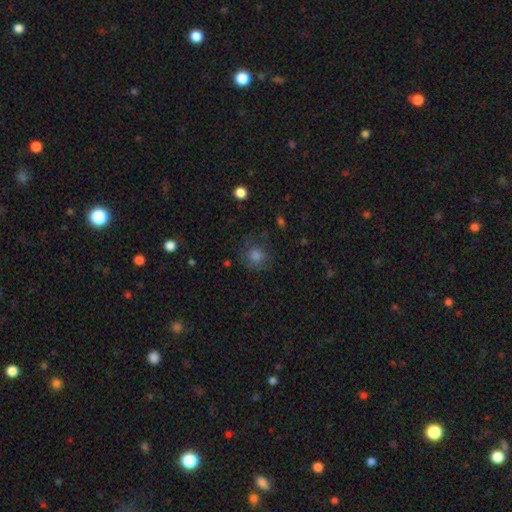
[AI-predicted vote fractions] Q: Smooth or featured?
A: smooth (67%); runner-up: star or artifact (17%)
Q: How rounded?
A: round (85%); runner-up: in between (14%)
Q: Merging?
A: none (71%); runner-up: minor disturbance (18%)